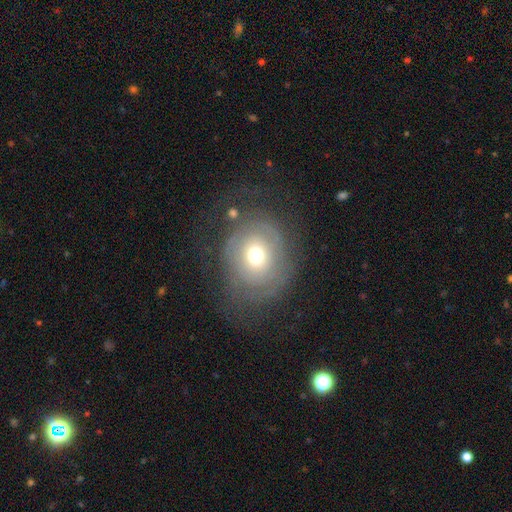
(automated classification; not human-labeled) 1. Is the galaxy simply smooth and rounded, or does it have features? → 45% featured or disk, 44% smooth, 11% star or artifact.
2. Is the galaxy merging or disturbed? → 57% none, 21% major disturbance, 20% minor disturbance, 3% merger.